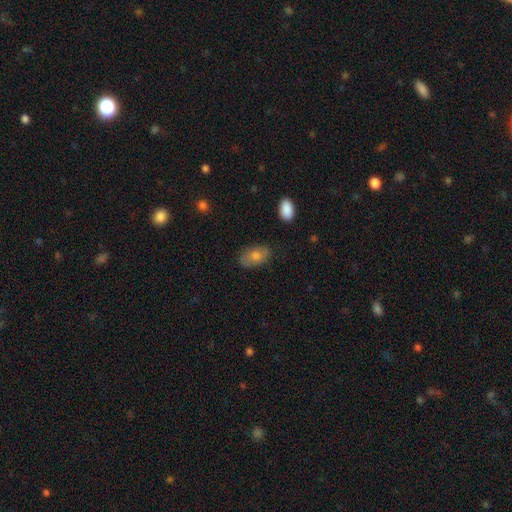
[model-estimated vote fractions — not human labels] A smooth galaxy with no disk features (75%) that is in between round and cigar-shaped (91%). Merging: none (80%).